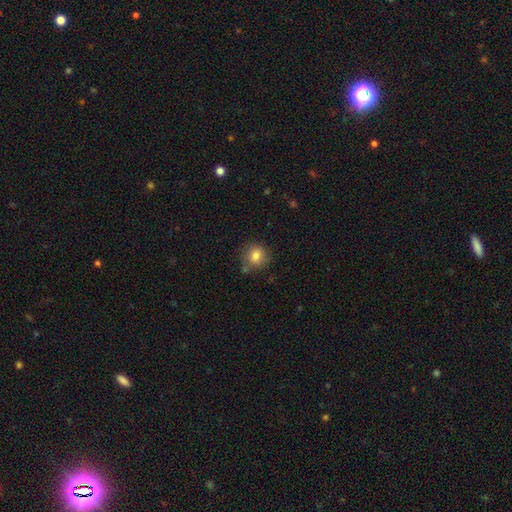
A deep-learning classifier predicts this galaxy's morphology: smooth 82%, star or artifact 10%, featured or disk 8%. Down the decision tree: how rounded — round (87%); merging — none (75%).